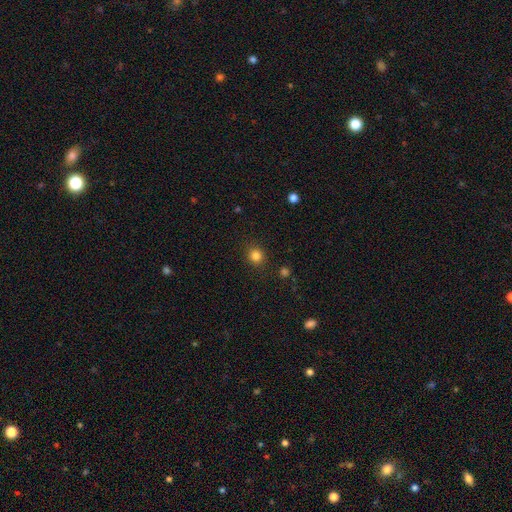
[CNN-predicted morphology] smooth-or-featured: smooth: 83% | star or artifact: 13% | featured or disk: 4%
  how-rounded: round: 87% | in between: 12% | cigar-shaped: 1%
  merging: none: 89% | minor disturbance: 7% | major disturbance: 2% | merger: 2%